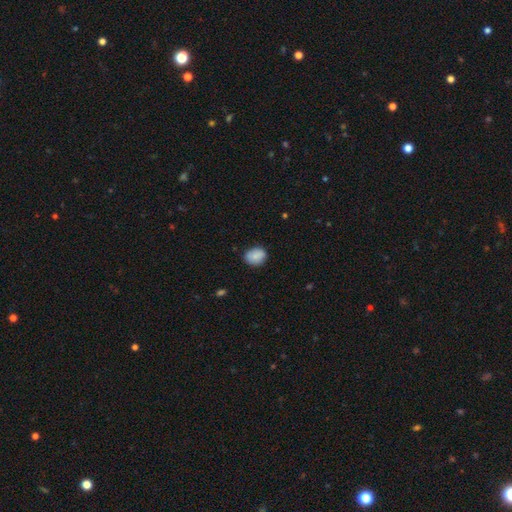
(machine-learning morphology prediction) Smooth or featured?
  - smooth: 86% *
  - star or artifact: 7%
  - featured or disk: 6%
How rounded?
  - in between: 50% *
  - round: 49%
  - cigar-shaped: 1%
Merging?
  - none: 79% *
  - minor disturbance: 17%
  - major disturbance: 3%
  - merger: 1%